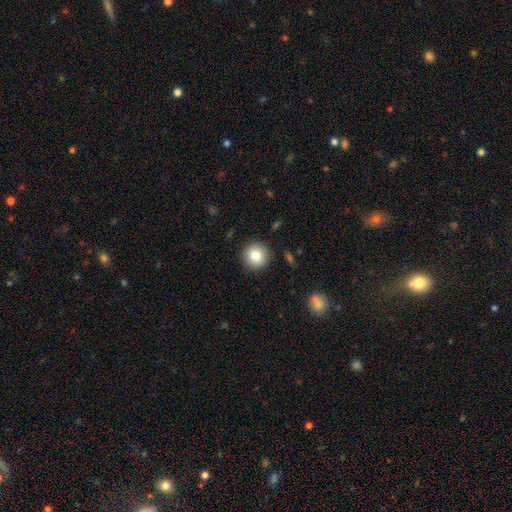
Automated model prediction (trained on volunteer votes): Smooth or featured? smooth (81%)
How rounded? round (94%)
Merging? none (91%)